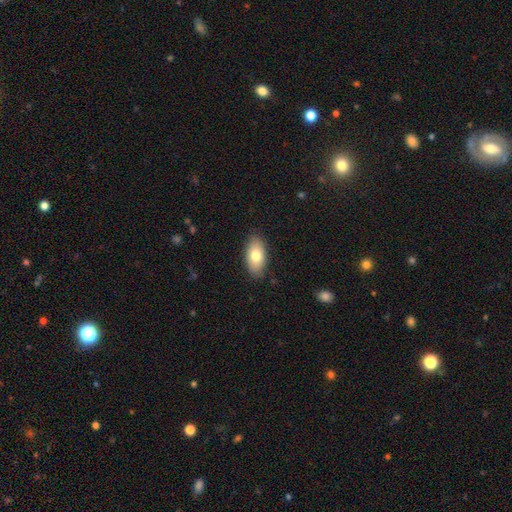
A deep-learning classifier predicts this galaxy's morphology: smooth_or_featured: smooth (p=0.77) [alt: featured or disk p=0.16]
how_rounded: in between (p=0.92) [alt: round p=0.04]
merging: none (p=0.86) [alt: minor disturbance p=0.11]